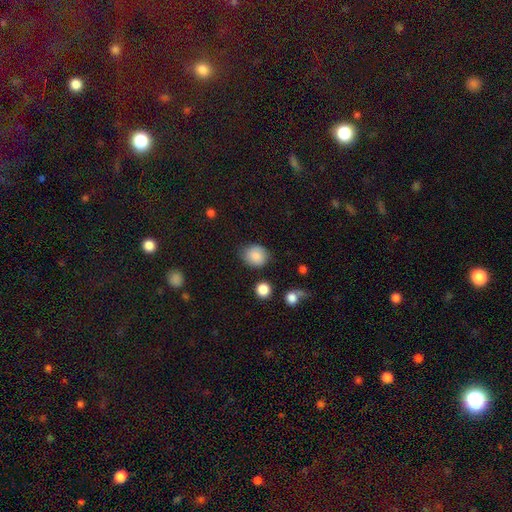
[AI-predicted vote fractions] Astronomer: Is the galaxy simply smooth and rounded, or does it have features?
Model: smooth — 84%.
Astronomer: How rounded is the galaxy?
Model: round — 69%.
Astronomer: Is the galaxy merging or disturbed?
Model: none — 78%.